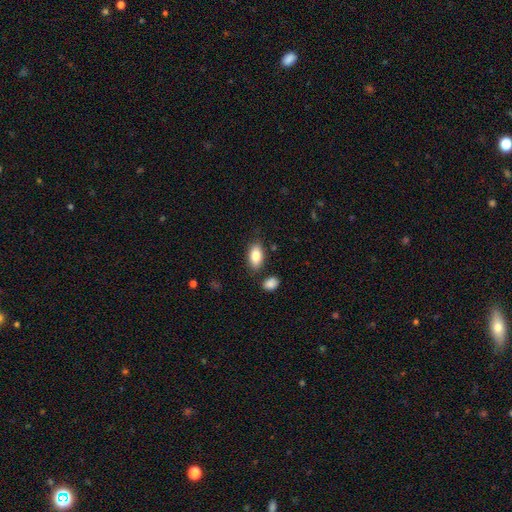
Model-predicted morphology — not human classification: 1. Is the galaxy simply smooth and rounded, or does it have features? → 85% smooth, 8% featured or disk, 7% star or artifact.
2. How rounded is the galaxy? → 92% in between, 4% round, 4% cigar-shaped.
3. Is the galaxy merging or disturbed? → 79% none, 13% minor disturbance, 5% merger, 3% major disturbance.